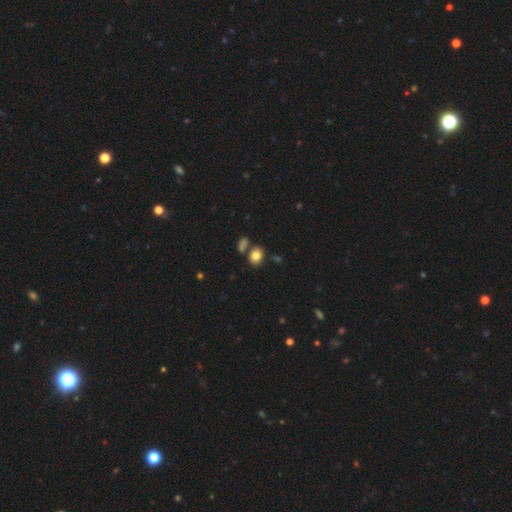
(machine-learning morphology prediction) A smooth galaxy with no disk features (83%) that is in between round and cigar-shaped (57%).

Vote fractions:
- Smooth or featured? smooth: 83% / star or artifact: 10% / featured or disk: 7%
- How rounded? in between: 57% / round: 42% / cigar-shaped: 1%
- Merging? none: 70% / merger: 16% / minor disturbance: 11% / major disturbance: 3%